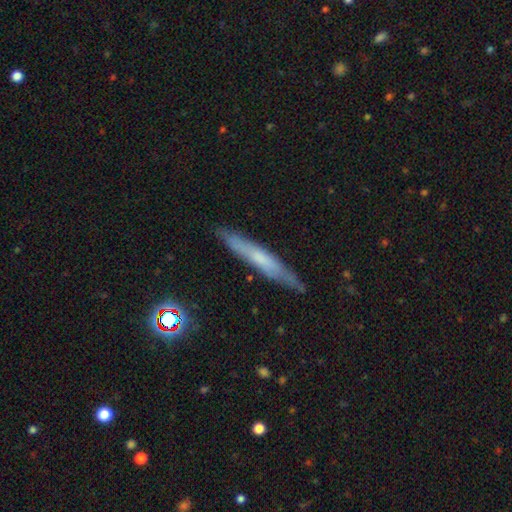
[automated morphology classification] Smooth or featured? Predicted: featured or disk (p=0.51). Edge-on disk? Predicted: yes (p=0.87). Merging? Predicted: none (p=0.86).